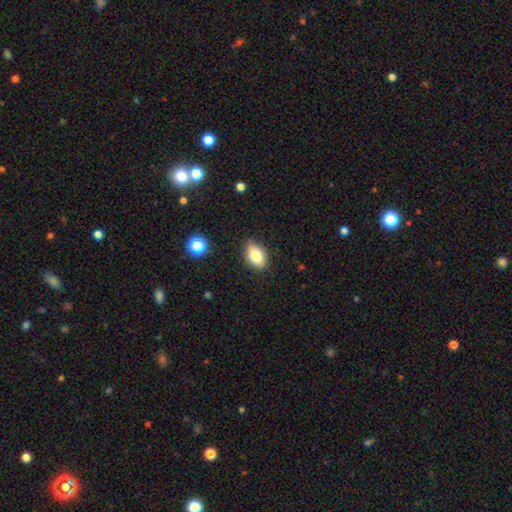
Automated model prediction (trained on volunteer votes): smooth 79%, featured or disk 12%, star or artifact 9%. Down the decision tree: how rounded — in between (85%); merging — none (83%).